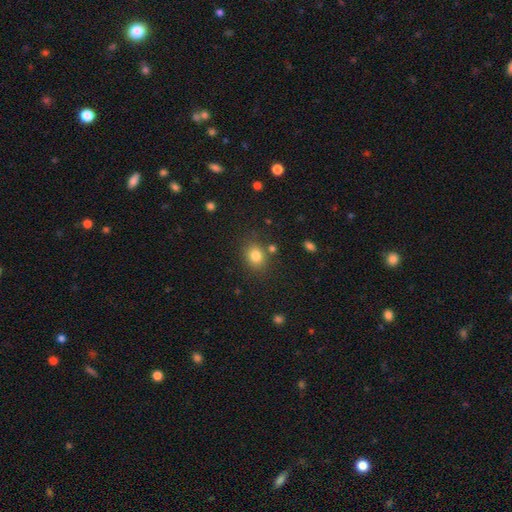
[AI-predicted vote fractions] Smooth or featured? Predicted: smooth (p=0.81). How rounded? Predicted: round (p=0.53). Merging? Predicted: none (p=0.77).